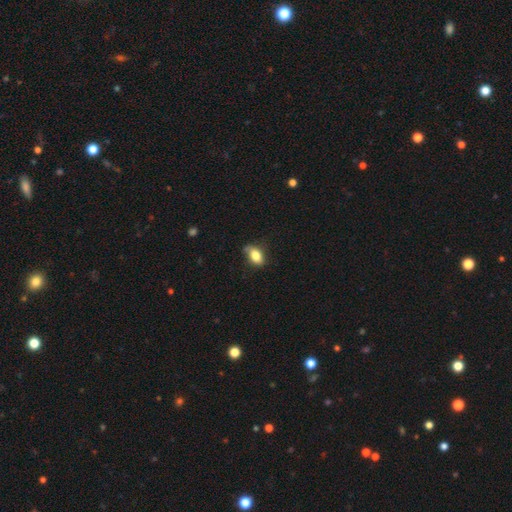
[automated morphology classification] Smooth or featured: smooth — 80% (featured or disk — 13%)
How rounded: in between — 88% (round — 9%)
Merging: none — 60% (minor disturbance — 30%)